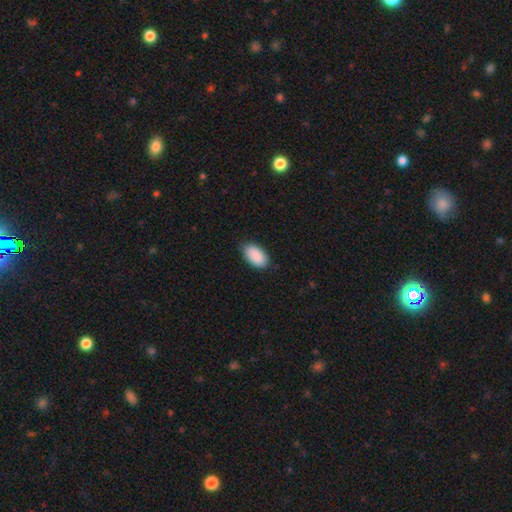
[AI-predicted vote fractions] Smooth or featured: smooth — 91% (star or artifact — 6%)
How rounded: in between — 95% (round — 3%)
Merging: none — 84% (minor disturbance — 13%)